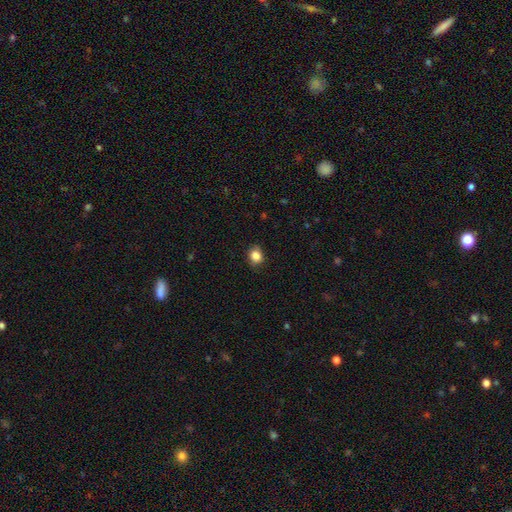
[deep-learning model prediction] Overall: smooth (86%). How rounded: round (57%; in between 42%). Merging: none (82%).